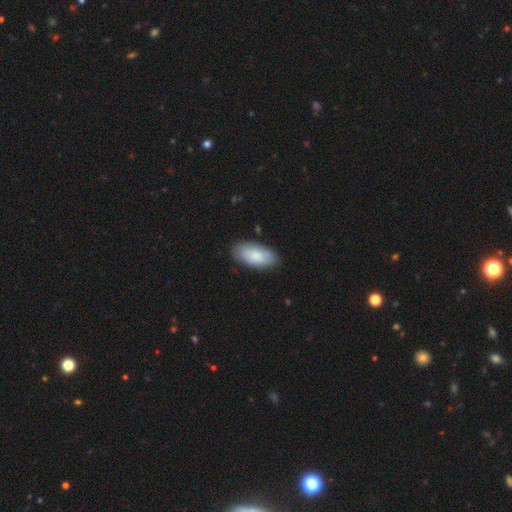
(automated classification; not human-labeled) Smooth or featured? smooth (80%)
How rounded? in between (93%)
Merging? none (82%)